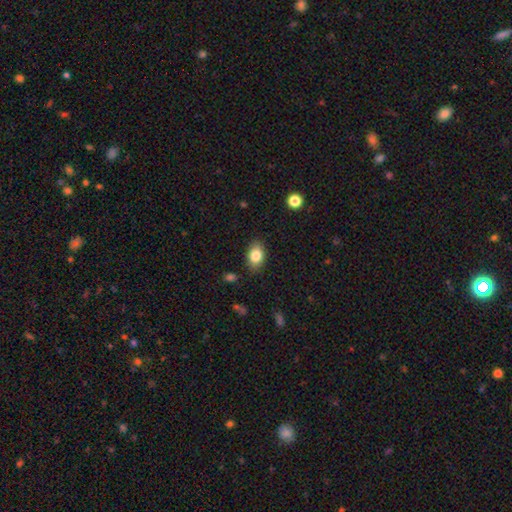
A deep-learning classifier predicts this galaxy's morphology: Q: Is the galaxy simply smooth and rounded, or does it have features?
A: smooth — 83%.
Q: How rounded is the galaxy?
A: in between — 84%.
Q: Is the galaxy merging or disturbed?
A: none — 84%.